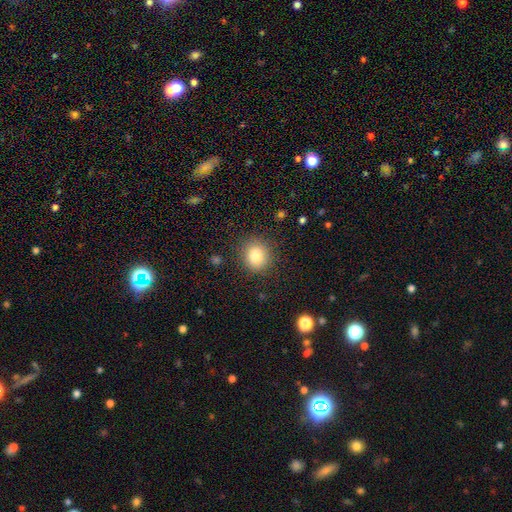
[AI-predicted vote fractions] smooth_or_featured: smooth (p=0.81) [alt: star or artifact p=0.11]
how_rounded: round (p=0.83) [alt: in between p=0.16]
merging: none (p=0.88) [alt: minor disturbance p=0.08]